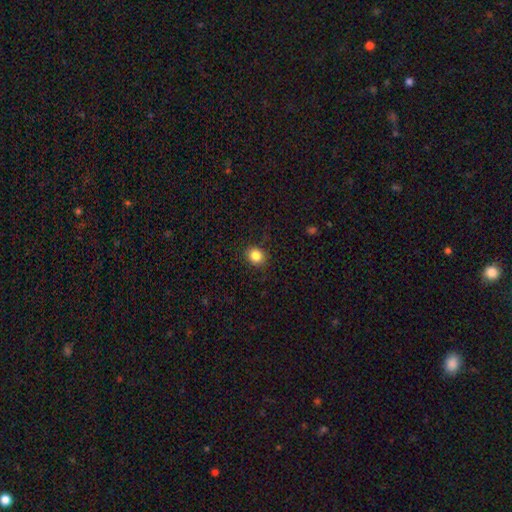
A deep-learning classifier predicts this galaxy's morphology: Overall: smooth (86%). How rounded: round (72%). Merging: none (88%).